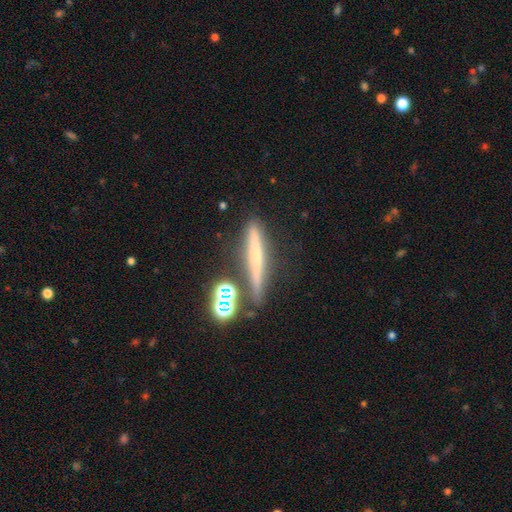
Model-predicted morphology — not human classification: Smooth or featured?
  - featured or disk: 46% *
  - smooth: 35%
  - star or artifact: 19%
Merging?
  - none: 76% *
  - minor disturbance: 12%
  - merger: 8%
  - major disturbance: 4%